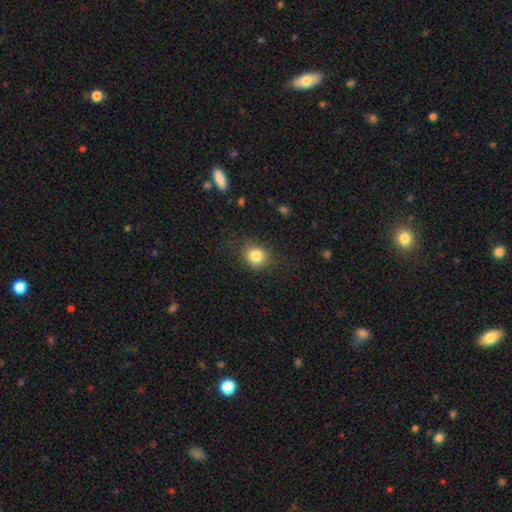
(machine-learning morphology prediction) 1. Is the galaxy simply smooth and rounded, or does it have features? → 83% smooth, 10% star or artifact, 7% featured or disk.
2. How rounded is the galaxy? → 72% round, 27% in between, 1% cigar-shaped.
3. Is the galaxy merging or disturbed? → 79% none, 14% minor disturbance, 5% major disturbance, 1% merger.